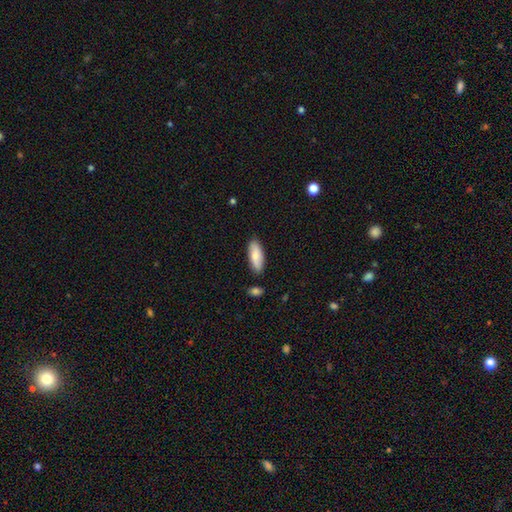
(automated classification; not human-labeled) A smooth galaxy with no disk features (80%) that is in between round and cigar-shaped (76%).

Vote fractions:
- Smooth or featured? smooth: 80% / featured or disk: 14% / star or artifact: 6%
- How rounded? in between: 76% / cigar-shaped: 22% / round: 2%
- Merging? none: 85% / minor disturbance: 10% / merger: 2% / major disturbance: 2%